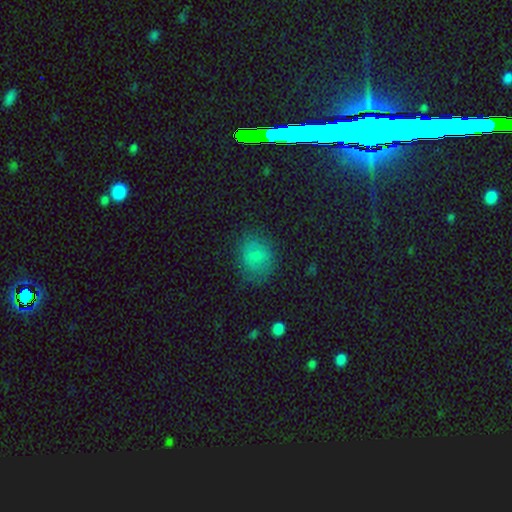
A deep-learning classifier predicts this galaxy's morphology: Smooth or featured?
  - smooth: 75% *
  - featured or disk: 13%
  - star or artifact: 12%
How rounded?
  - round: 65% *
  - in between: 34%
  - cigar-shaped: 1%
Merging?
  - none: 72% *
  - minor disturbance: 19%
  - major disturbance: 7%
  - merger: 1%